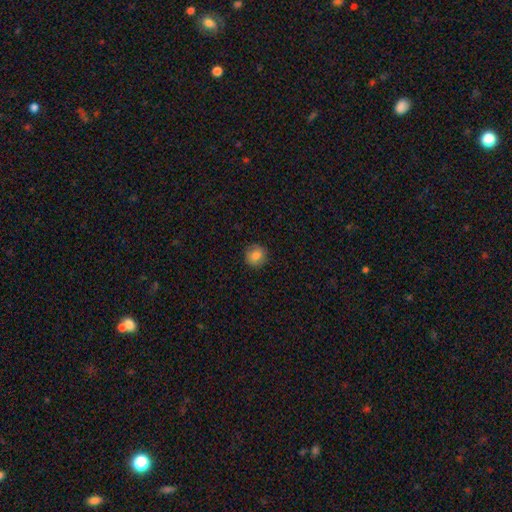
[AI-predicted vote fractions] A smooth galaxy with no disk features (80%) that is round (92%). Merging: none (90%).